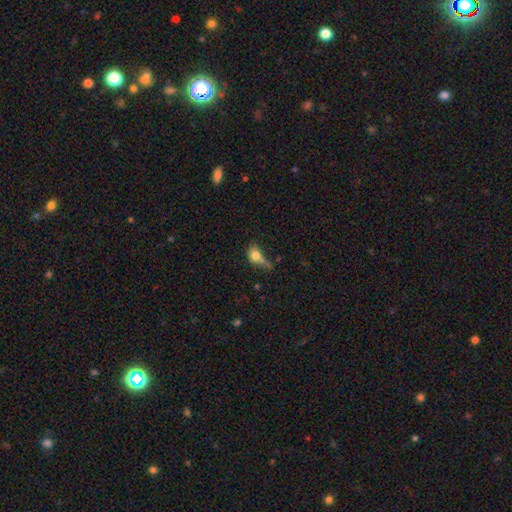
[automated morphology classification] type=smooth (74%); roundness=in between (54%); merging=major disturbance (32%).